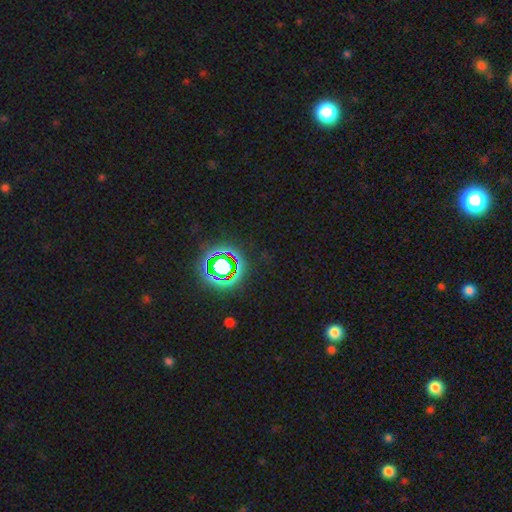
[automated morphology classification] Q: Smooth or featured?
A: star or artifact (80%); runner-up: smooth (12%)